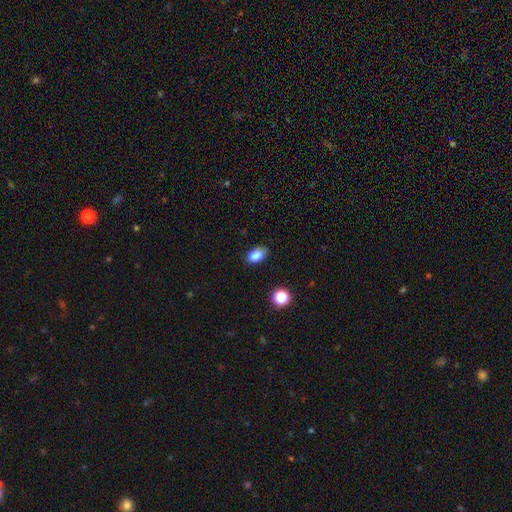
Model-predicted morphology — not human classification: This appears to be a smooth galaxy with no disk features (86%) that is in between round and cigar-shaped (89%). Merging: none (79%).